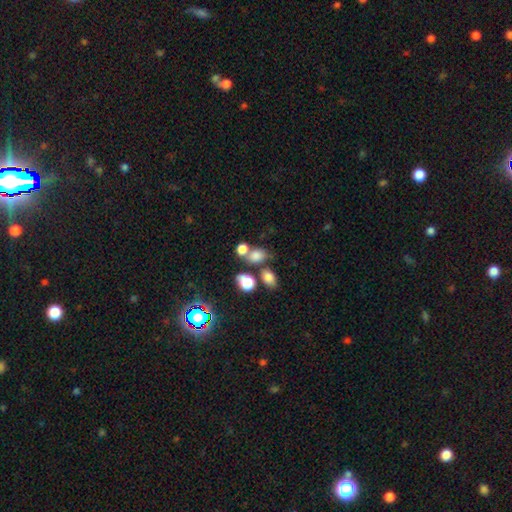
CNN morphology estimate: Q: Smooth or featured?
A: smooth (75%); runner-up: star or artifact (15%)
Q: How rounded?
A: in between (61%); runner-up: round (38%)
Q: Merging?
A: none (46%); runner-up: merger (33%)